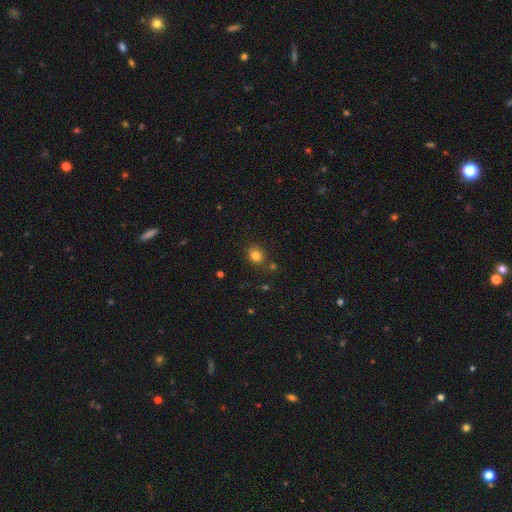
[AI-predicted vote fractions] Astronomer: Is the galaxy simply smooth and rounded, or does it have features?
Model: smooth — 81%.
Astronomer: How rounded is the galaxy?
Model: round — 70%.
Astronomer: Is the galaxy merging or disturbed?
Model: none — 81%.